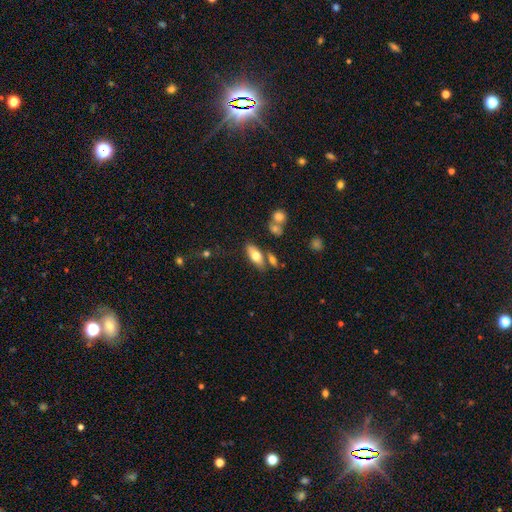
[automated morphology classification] A smooth galaxy with no disk features (66%) that is in between round and cigar-shaped (76%). Merging: none (69%).